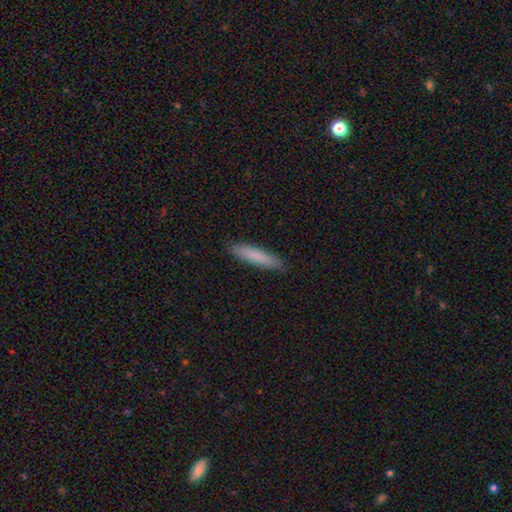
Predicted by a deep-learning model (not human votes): Smooth or featured? smooth (85%)
How rounded? cigar-shaped (87%)
Merging? none (90%)